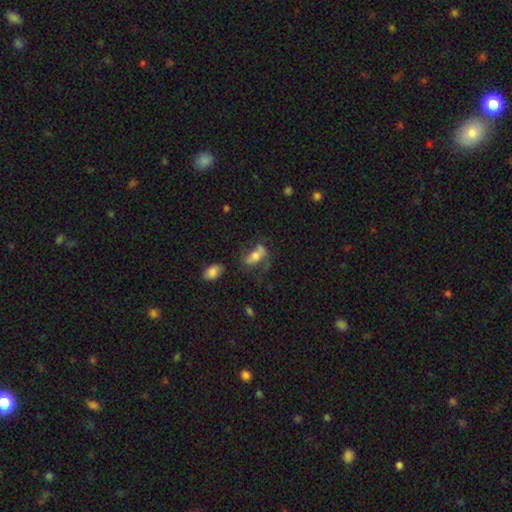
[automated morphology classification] smooth_or_featured: smooth (p=0.51) [alt: featured or disk p=0.39]
how_rounded: in between (p=0.81) [alt: cigar-shaped p=0.12]
merging: none (p=0.40) [alt: major disturbance p=0.30]